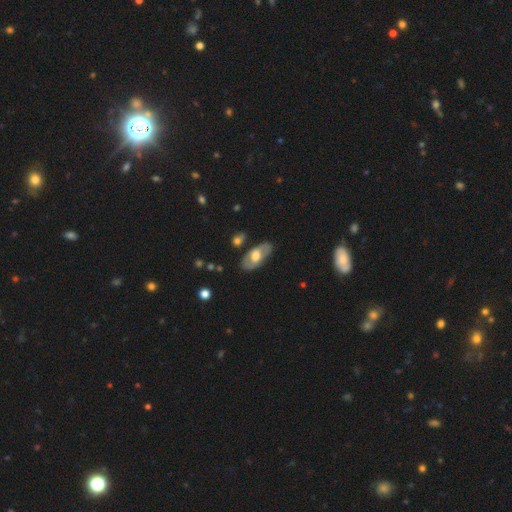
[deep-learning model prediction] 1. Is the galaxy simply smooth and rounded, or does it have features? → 55% featured or disk, 40% smooth, 5% star or artifact.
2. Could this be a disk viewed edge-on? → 82% no, 18% yes.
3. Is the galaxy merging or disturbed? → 79% none, 14% minor disturbance, 4% major disturbance, 3% merger.